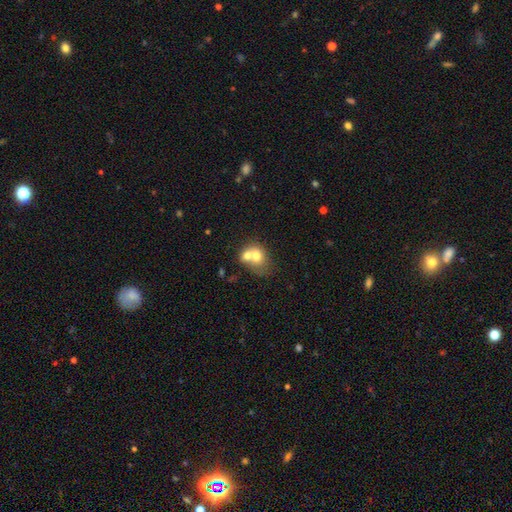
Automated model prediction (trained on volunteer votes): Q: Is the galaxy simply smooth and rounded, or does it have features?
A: smooth — 66%.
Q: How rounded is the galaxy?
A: round — 57%.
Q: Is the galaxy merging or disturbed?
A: merger — 67%.